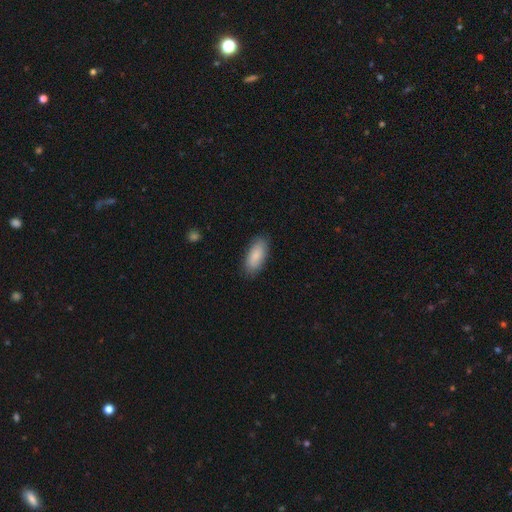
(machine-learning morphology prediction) type=smooth (87%); roundness=in between (85%); merging=none (86%).